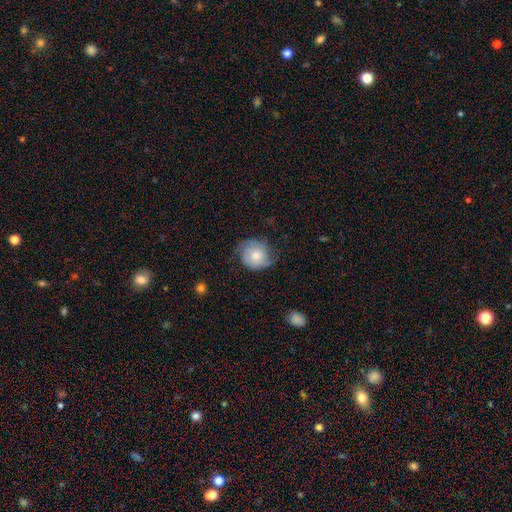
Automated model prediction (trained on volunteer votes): smooth_or_featured: smooth (p=0.50) [alt: featured or disk p=0.42]
merging: none (p=0.60) [alt: minor disturbance p=0.27]